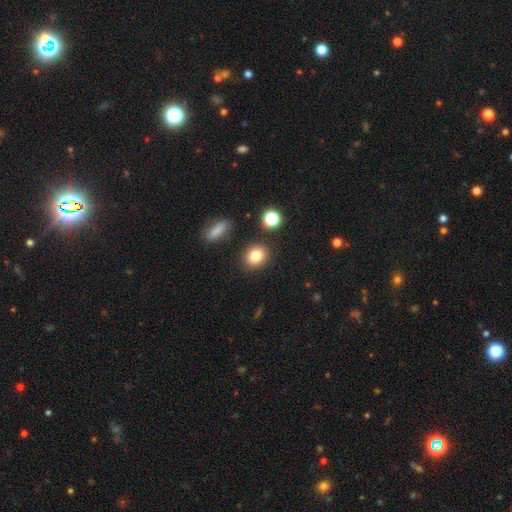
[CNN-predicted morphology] Q: Smooth or featured?
A: smooth (82%); runner-up: star or artifact (11%)
Q: How rounded?
A: round (60%); runner-up: in between (39%)
Q: Merging?
A: none (86%); runner-up: minor disturbance (8%)